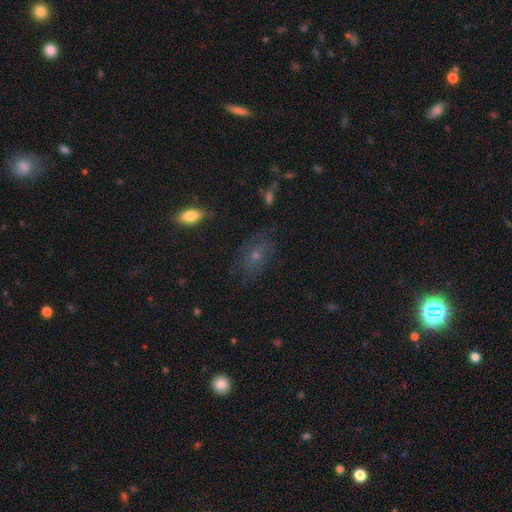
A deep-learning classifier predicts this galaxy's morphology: This is possibly a smooth galaxy (49%). Merging: likely none (70%).